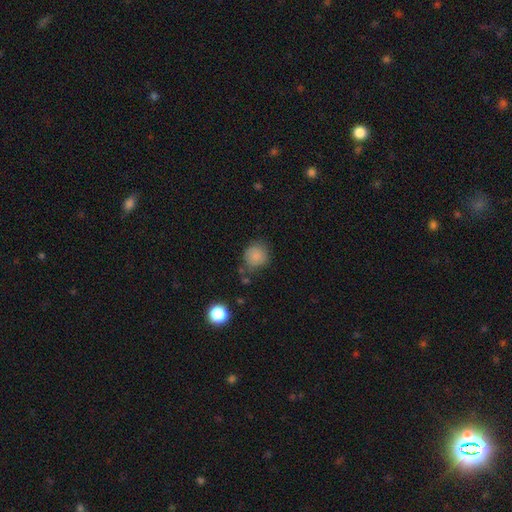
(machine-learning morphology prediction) A smooth galaxy with no disk features (84%) that is round (85%). Merging: none (71%).